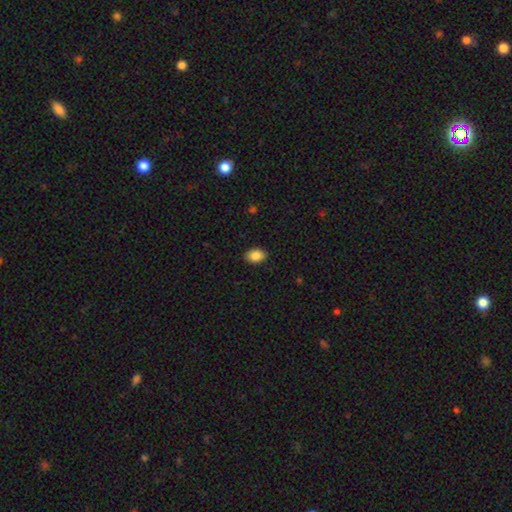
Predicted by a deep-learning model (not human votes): smooth_or_featured: smooth (p=0.88) [alt: star or artifact p=0.08]
how_rounded: in between (p=0.81) [alt: round p=0.17]
merging: none (p=0.89) [alt: minor disturbance p=0.08]